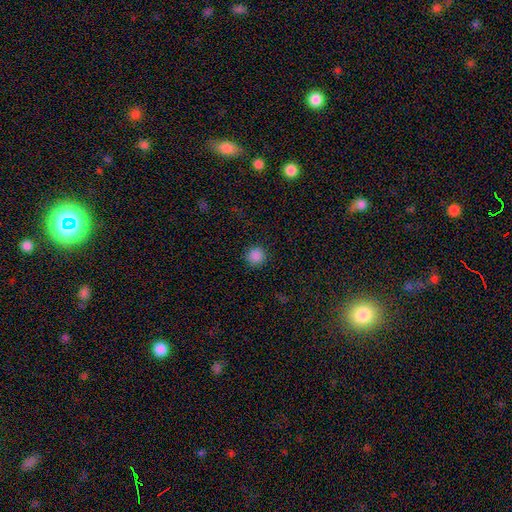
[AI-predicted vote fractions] Smooth or featured? Predicted: smooth (p=0.87). How rounded? Predicted: round (p=0.95). Merging? Predicted: none (p=0.92).